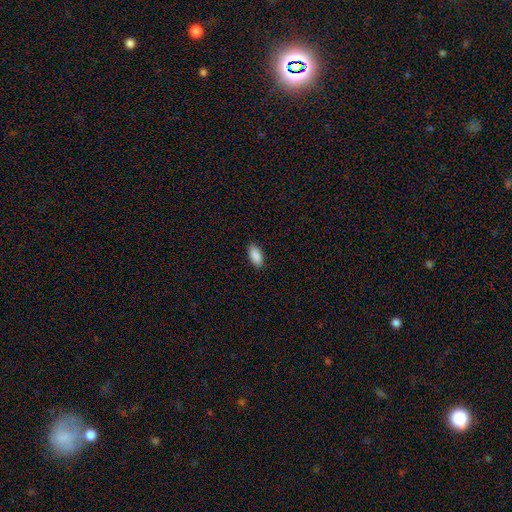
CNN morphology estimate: Overall: smooth (91%). How rounded: in between (93%). Merging: none (89%).